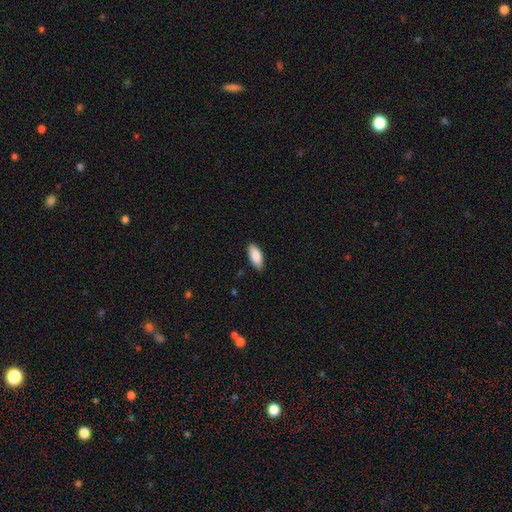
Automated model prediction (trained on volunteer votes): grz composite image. It shows a smooth galaxy with no disk features (89%) that is in between round and cigar-shaped (86%). Merging: none (86%).